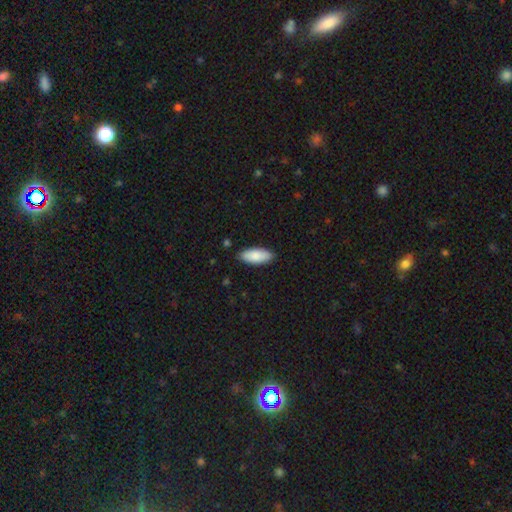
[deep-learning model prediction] smooth-or-featured: smooth: 87% | featured or disk: 7% | star or artifact: 5%
  how-rounded: in between: 85% | cigar-shaped: 14% | round: 2%
  merging: none: 88% | minor disturbance: 10% | major disturbance: 2% | merger: 1%